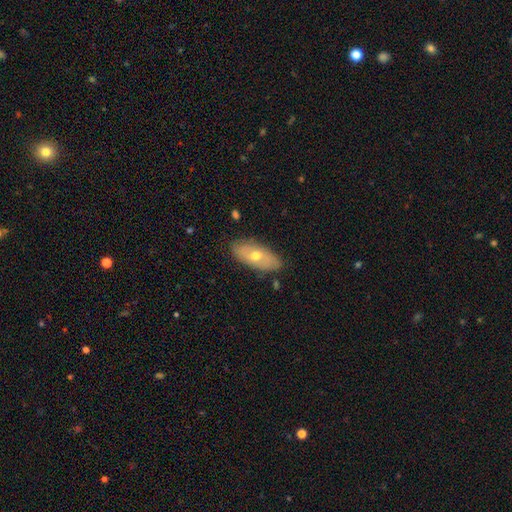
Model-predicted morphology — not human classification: Smooth or featured? Predicted: smooth (p=0.52). How rounded? Predicted: in between (p=0.85). Merging? Predicted: none (p=0.83).